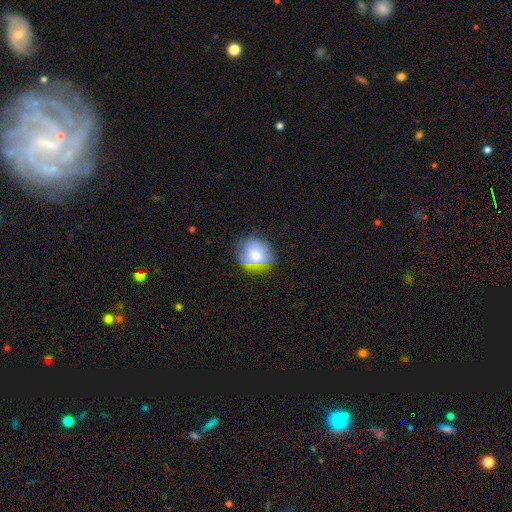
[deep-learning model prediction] Morphology: type=smooth (66%); roundness=round (71%); merging=none (68%).